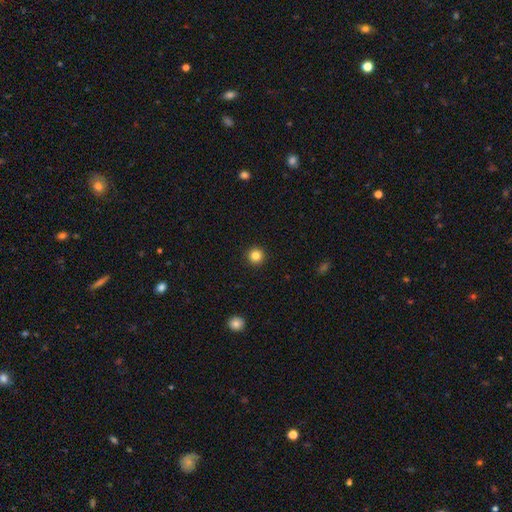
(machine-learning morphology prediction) smooth_or_featured: smooth (p=0.84) [alt: star or artifact p=0.11]
how_rounded: round (p=0.96) [alt: in between p=0.03]
merging: none (p=0.93) [alt: minor disturbance p=0.04]